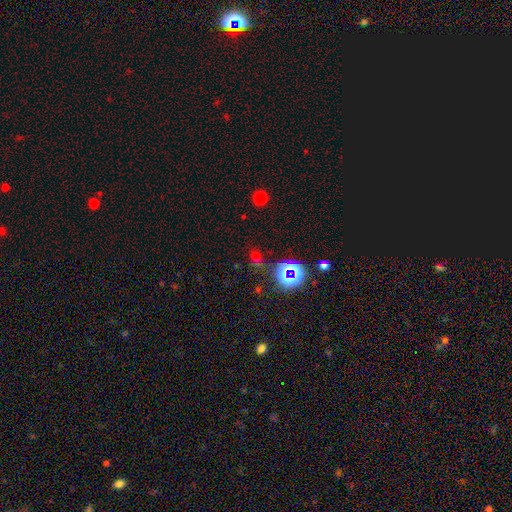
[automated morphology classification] A star or artifact, not a galaxy (56%).

Vote fractions:
- Smooth or featured? star or artifact: 56% / smooth: 36% / featured or disk: 8%